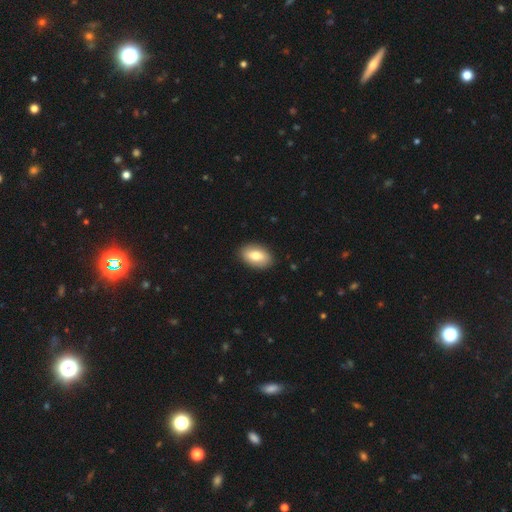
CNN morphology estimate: Q: Smooth or featured?
A: smooth (78%); runner-up: featured or disk (16%)
Q: How rounded?
A: in between (92%); runner-up: round (6%)
Q: Merging?
A: none (89%); runner-up: minor disturbance (8%)